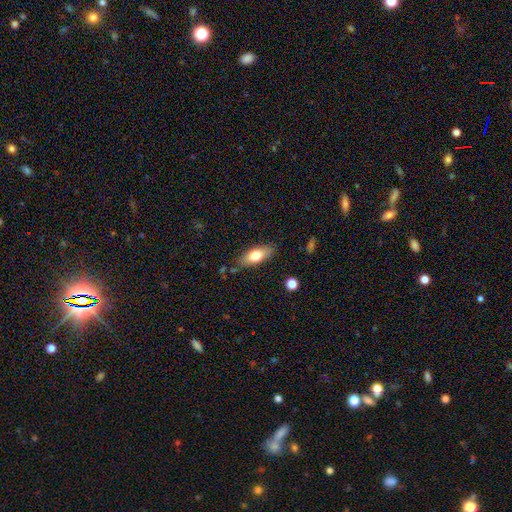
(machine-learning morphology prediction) Overall: smooth (72%). How rounded: in between (76%). Merging: none (82%).